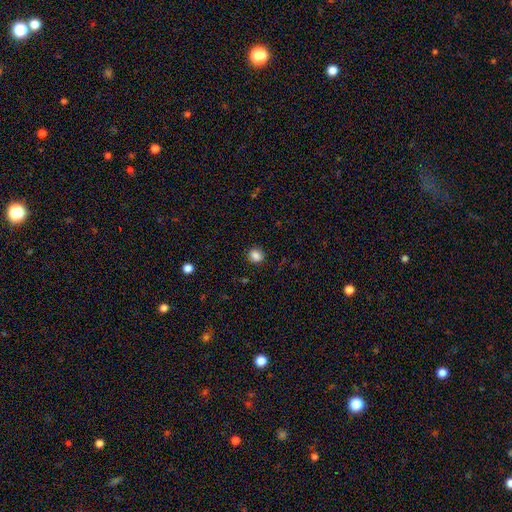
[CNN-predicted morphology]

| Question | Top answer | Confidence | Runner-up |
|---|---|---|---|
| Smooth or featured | smooth | 85% | star or artifact (11%) |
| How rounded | round | 72% | in between (27%) |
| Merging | none | 87% | minor disturbance (10%) |